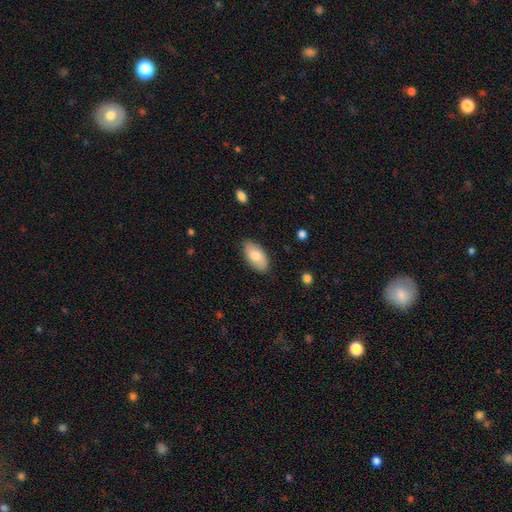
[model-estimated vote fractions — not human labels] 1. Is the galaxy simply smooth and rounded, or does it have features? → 80% smooth, 14% featured or disk, 6% star or artifact.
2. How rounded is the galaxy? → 94% in between, 3% cigar-shaped, 3% round.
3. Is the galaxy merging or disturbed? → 86% none, 11% minor disturbance, 2% major disturbance, 1% merger.